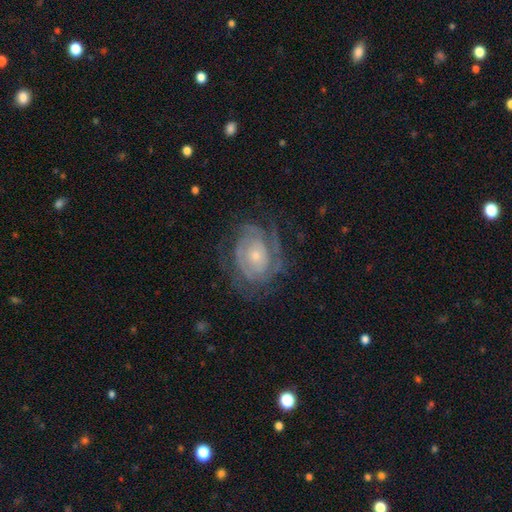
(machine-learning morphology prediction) Smooth or featured? featured or disk (81%)
Edge-on disk? no (97%)
Bar? no (78%)
Spiral arms? yes (88%)
Spiral winding? tight (66%)
Spiral arm count? can't tell (39%)
Bulge size? small (67%)
Merging? none (65%)